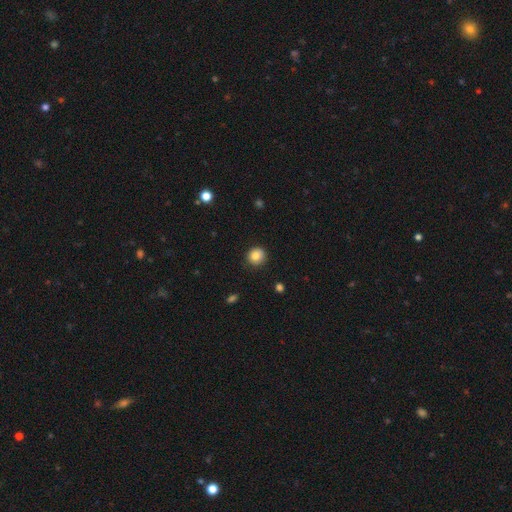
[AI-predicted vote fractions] This appears to be a smooth galaxy with no disk features (84%) that is round (92%). Merging: none (88%).